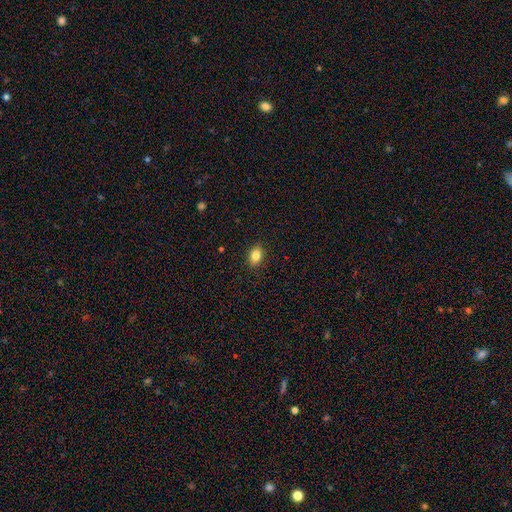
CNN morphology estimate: Smooth or featured: smooth — 84% (star or artifact — 9%)
How rounded: in between — 77% (round — 21%)
Merging: none — 89% (minor disturbance — 8%)